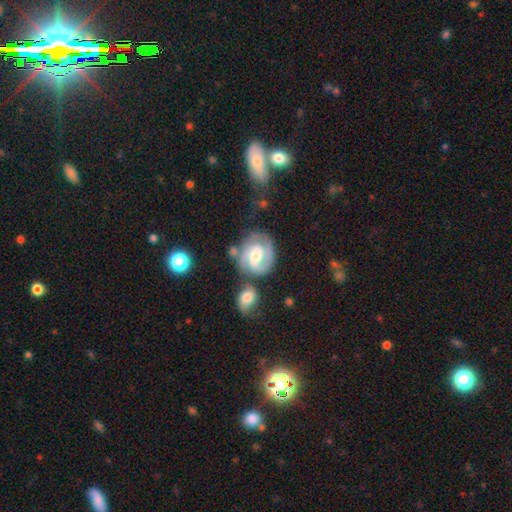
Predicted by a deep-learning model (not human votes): Morphology: type=featured or disk (77%); edge-on=no (97%); bar=weak (49%); spiral arms=yes (93%); winding=tight (44%, tied with medium); arm count=2 (65%); bulge=moderate (59%); merging=none (52%).